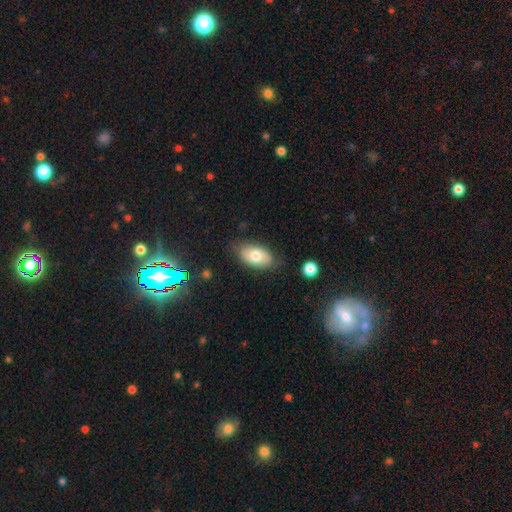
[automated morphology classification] Smooth or featured?
  - smooth: 76% *
  - featured or disk: 17%
  - star or artifact: 7%
How rounded?
  - in between: 93% *
  - round: 5%
  - cigar-shaped: 2%
Merging?
  - none: 76% *
  - minor disturbance: 17%
  - major disturbance: 4%
  - merger: 2%